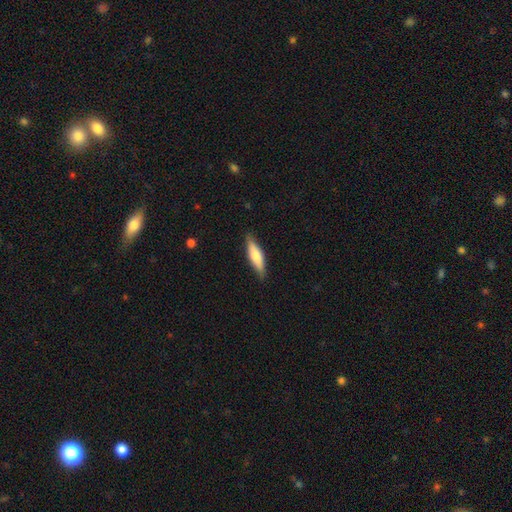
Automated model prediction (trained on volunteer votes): Smooth or featured? smooth (61%)
How rounded? cigar-shaped (63%)
Merging? none (85%)